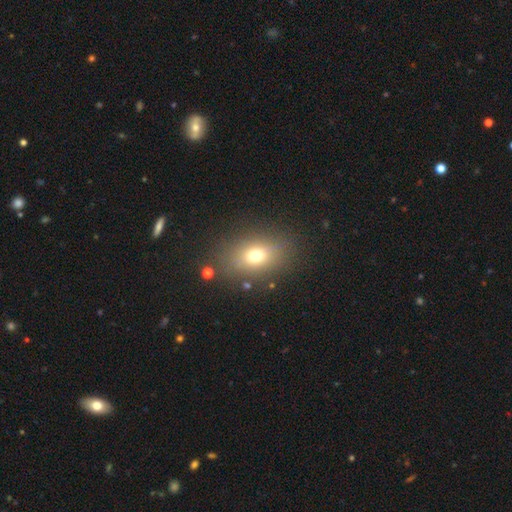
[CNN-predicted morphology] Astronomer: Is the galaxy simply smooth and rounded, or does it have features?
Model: smooth — 68%.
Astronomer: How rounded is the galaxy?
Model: in between — 64%.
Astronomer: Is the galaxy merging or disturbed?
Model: none — 82%.